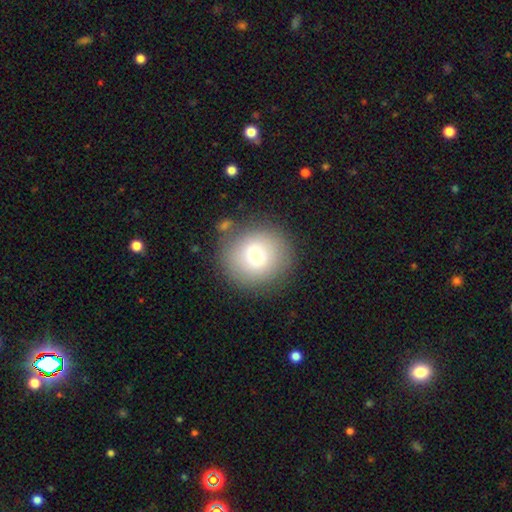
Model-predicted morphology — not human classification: smooth 73%, featured or disk 15%, star or artifact 12%. Down the decision tree: how rounded — round (91%); merging — none (81%).